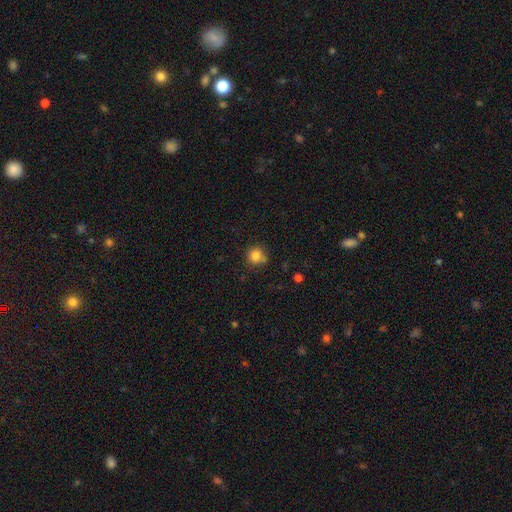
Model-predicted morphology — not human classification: Smooth or featured: smooth — 82% (star or artifact — 11%)
How rounded: round — 90% (in between — 9%)
Merging: none — 74% (minor disturbance — 17%)